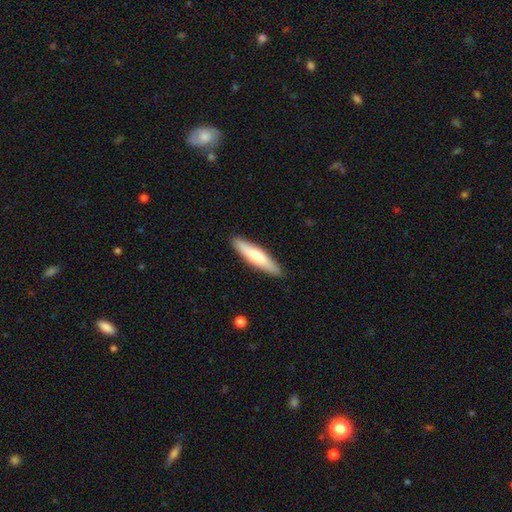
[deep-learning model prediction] Smooth or featured? Predicted: smooth (p=0.69). How rounded? Predicted: cigar-shaped (p=0.82). Merging? Predicted: none (p=0.89).